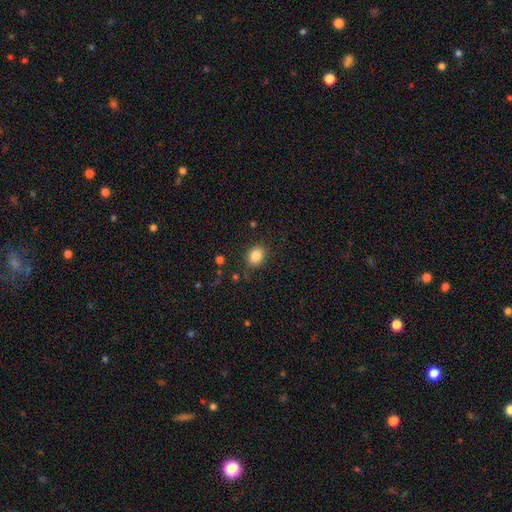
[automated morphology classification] Smooth or featured: smooth — 84% (star or artifact — 10%)
How rounded: round — 53% (in between — 47%)
Merging: none — 86% (minor disturbance — 9%)